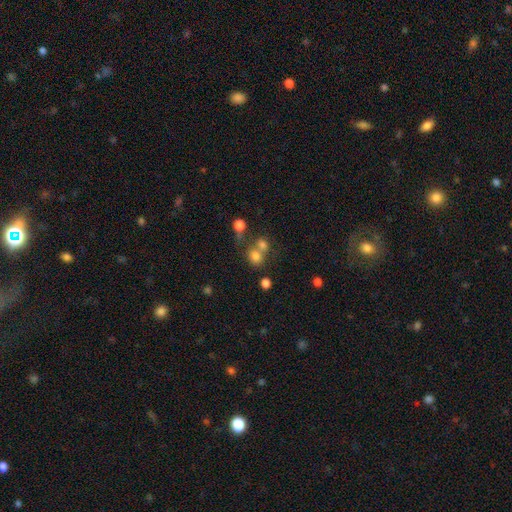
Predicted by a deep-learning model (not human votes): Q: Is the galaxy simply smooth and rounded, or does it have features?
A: smooth — 74%.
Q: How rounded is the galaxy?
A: round — 67%.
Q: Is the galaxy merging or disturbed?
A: merger — 45%.